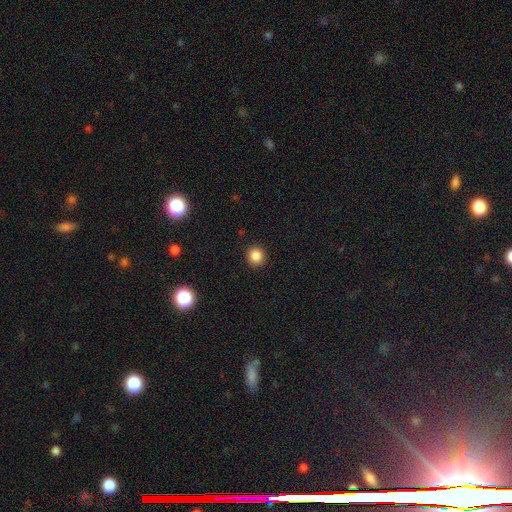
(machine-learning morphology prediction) type=smooth (86%); roundness=round (90%); merging=none (92%).